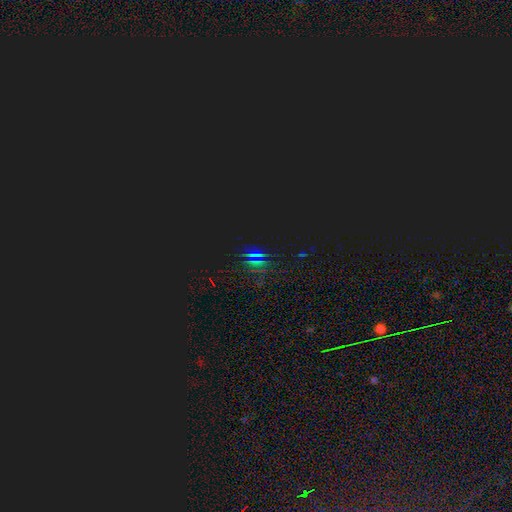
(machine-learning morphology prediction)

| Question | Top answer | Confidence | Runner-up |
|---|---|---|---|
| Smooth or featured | star or artifact | 78% | smooth (14%) |